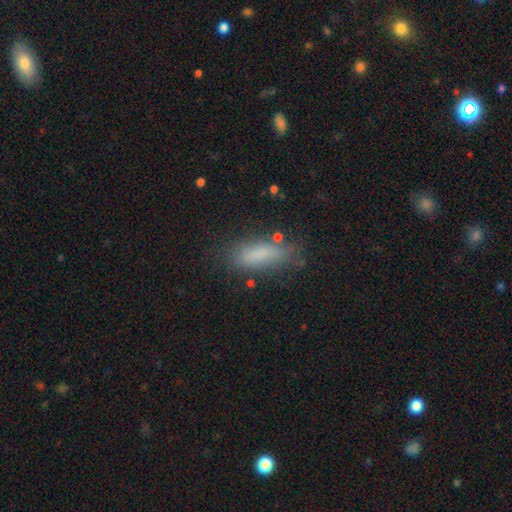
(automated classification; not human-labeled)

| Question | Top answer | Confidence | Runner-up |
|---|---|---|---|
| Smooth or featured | smooth | 80% | featured or disk (10%) |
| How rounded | in between | 54% | cigar-shaped (44%) |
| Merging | none | 73% | minor disturbance (18%) |